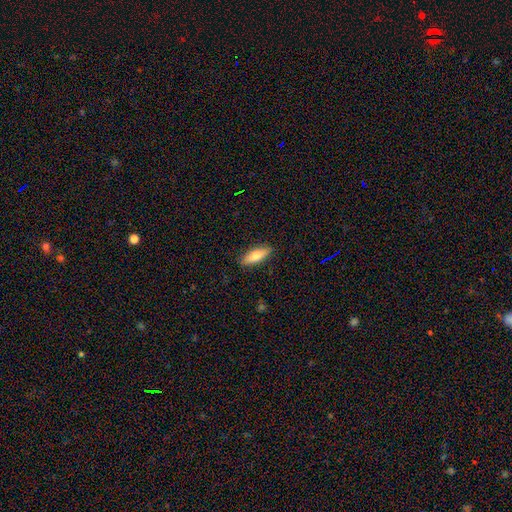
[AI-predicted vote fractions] smooth_or_featured: smooth (p=0.73) [alt: featured or disk p=0.21]
how_rounded: in between (p=0.56) [alt: cigar-shaped p=0.42]
merging: none (p=0.88) [alt: minor disturbance p=0.09]